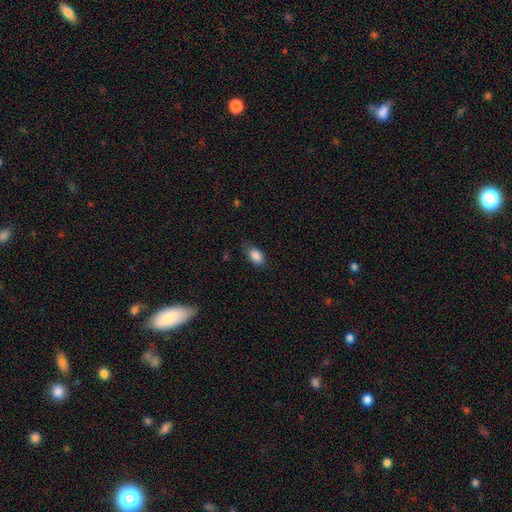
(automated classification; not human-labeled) Overall: smooth (87%). How rounded: in between (91%). Merging: none (70%).